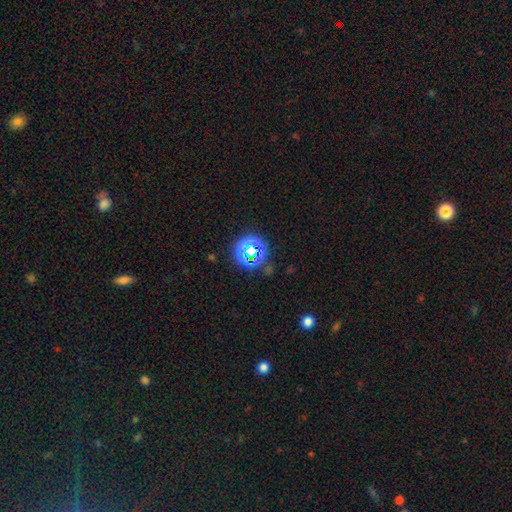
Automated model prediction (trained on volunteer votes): Smooth or featured?
  - star or artifact: 44% * (tied)
  - smooth: 44% * (tied)
  - featured or disk: 12%